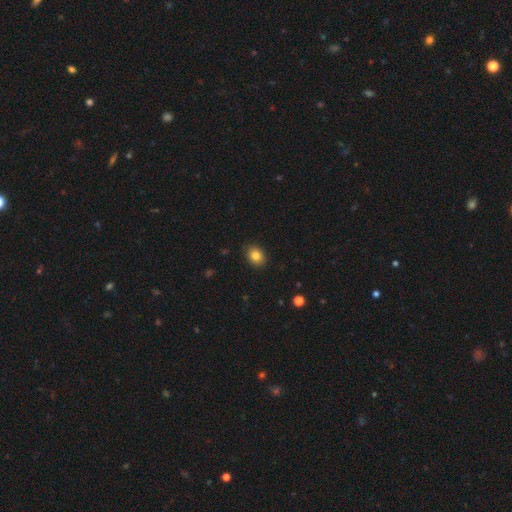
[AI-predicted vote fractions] A smooth galaxy with no disk features (83%) that is round (50%, tied with in between). Merging: none (88%).